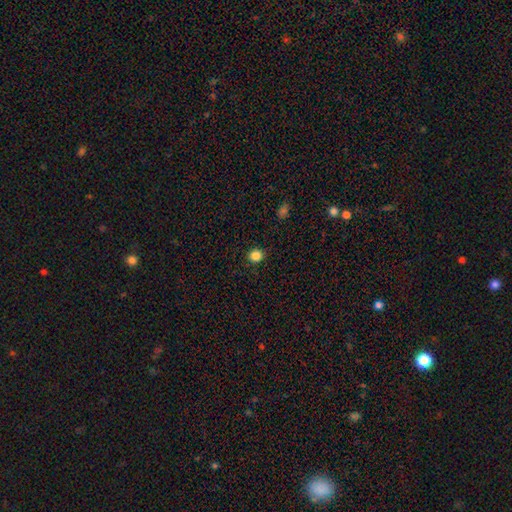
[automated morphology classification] smooth-or-featured: smooth: 85% | star or artifact: 11% | featured or disk: 3%
  how-rounded: round: 79% | in between: 20% | cigar-shaped: 1%
  merging: none: 90% | minor disturbance: 7% | major disturbance: 2% | merger: 1%